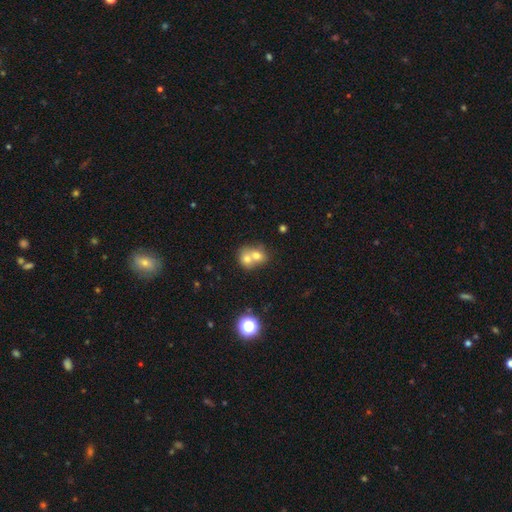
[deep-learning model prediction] smooth_or_featured: smooth (p=0.66) [alt: featured or disk p=0.23]
how_rounded: round (p=0.62) [alt: in between p=0.37]
merging: merger (p=0.71) [alt: none p=0.22]